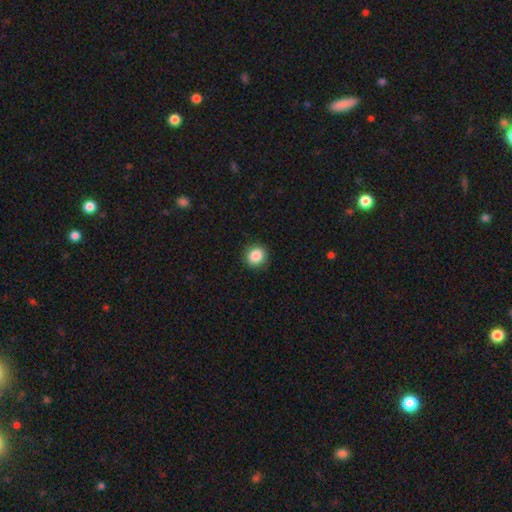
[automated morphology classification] A smooth galaxy with no disk features (87%) that is round (87%).

Vote fractions:
- Smooth or featured? smooth: 87% / star or artifact: 9% / featured or disk: 4%
- How rounded? round: 87% / in between: 13% / cigar-shaped: 1%
- Merging? none: 91% / minor disturbance: 6% / major disturbance: 2% / merger: 1%